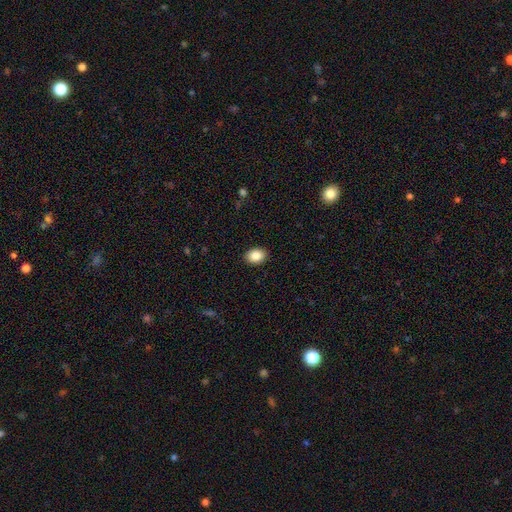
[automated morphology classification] This appears to be a smooth galaxy with no disk features (87%) that is in between round and cigar-shaped (65%). Merging: none (90%).